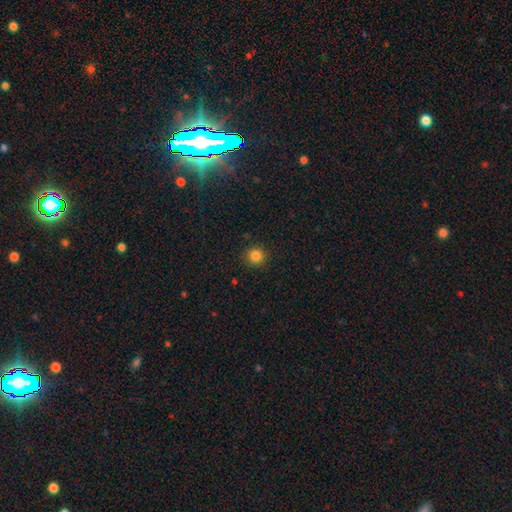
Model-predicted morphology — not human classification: Smooth or featured?
  - smooth: 84% *
  - star or artifact: 12%
  - featured or disk: 4%
How rounded?
  - round: 94% *
  - in between: 5%
  - cigar-shaped: 1%
Merging?
  - none: 91% *
  - minor disturbance: 6%
  - major disturbance: 2%
  - merger: 1%